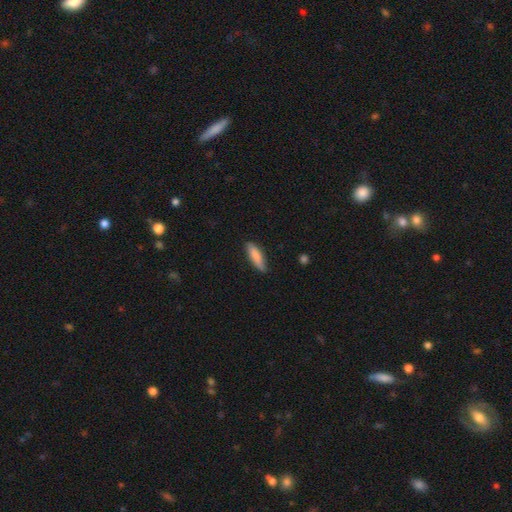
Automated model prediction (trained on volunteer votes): Smooth or featured? smooth (82%)
How rounded? cigar-shaped (61%)
Merging? none (78%)